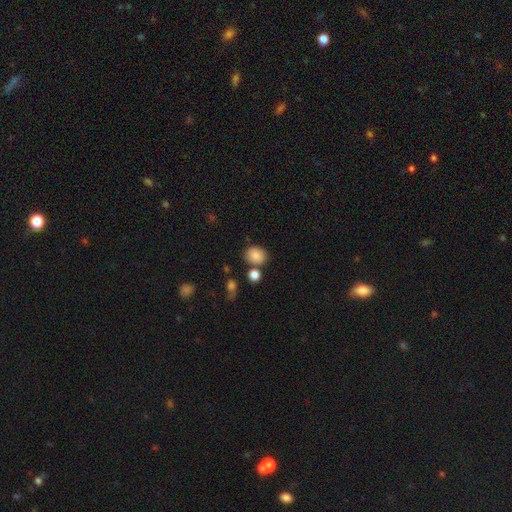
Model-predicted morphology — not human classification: Smooth or featured? Predicted: smooth (p=0.85). How rounded? Predicted: round (p=0.51). Merging? Predicted: none (p=0.73).